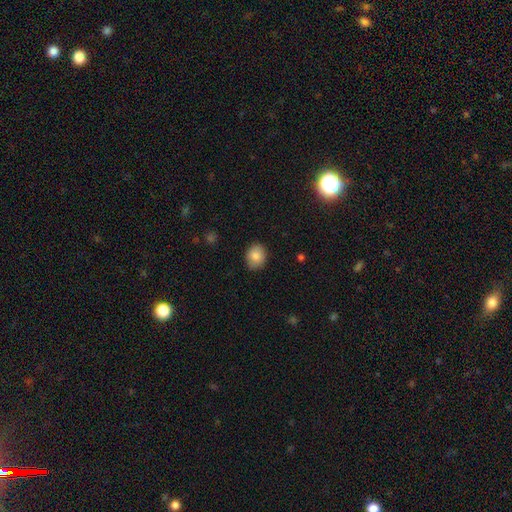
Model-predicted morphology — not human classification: smooth 85%, star or artifact 8%, featured or disk 6%. Down the decision tree: how rounded — round (59%); merging — none (85%).